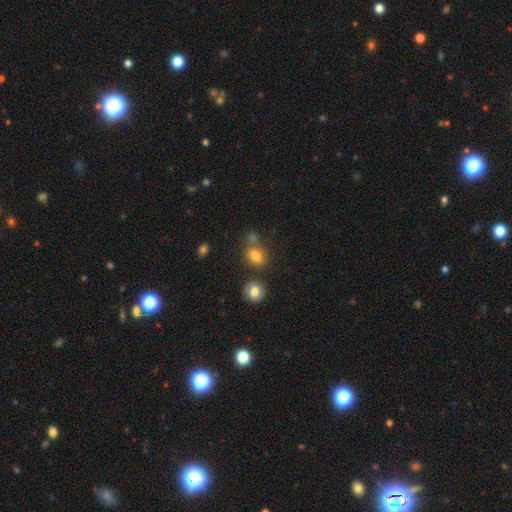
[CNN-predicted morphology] Smooth or featured? Predicted: smooth (p=0.78). How rounded? Predicted: in between (p=0.52). Merging? Predicted: none (p=0.57).